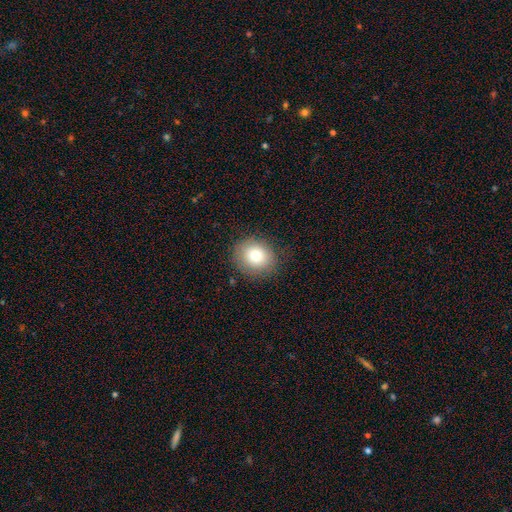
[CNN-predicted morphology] This appears to be a smooth galaxy with no disk features (76%) that is round (77%). Merging: none (84%).